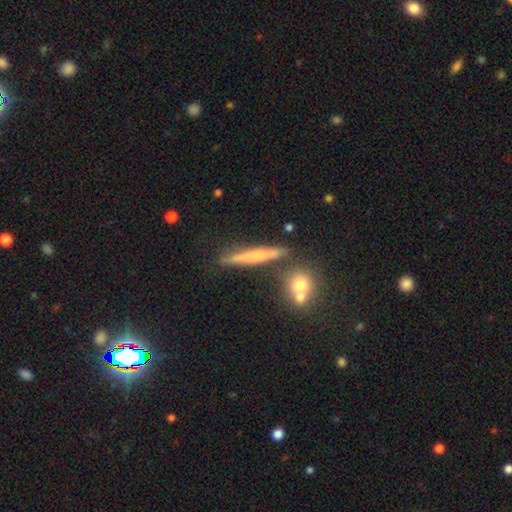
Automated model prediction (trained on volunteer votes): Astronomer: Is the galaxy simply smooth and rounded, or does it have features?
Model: featured or disk — 47% (runner-up: smooth, 43%).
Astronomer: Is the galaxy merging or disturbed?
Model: none — 77%.